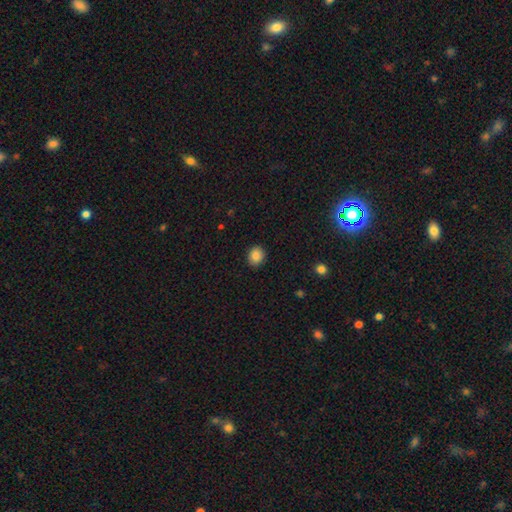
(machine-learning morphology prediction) smooth_or_featured: smooth (p=0.86) [alt: star or artifact p=0.09]
how_rounded: round (p=0.68) [alt: in between p=0.32]
merging: none (p=0.91) [alt: minor disturbance p=0.06]